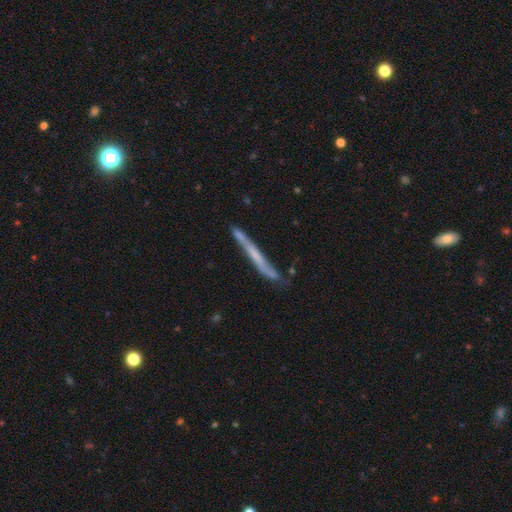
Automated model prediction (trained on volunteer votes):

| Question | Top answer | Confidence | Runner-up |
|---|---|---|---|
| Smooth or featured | featured or disk | 55% | smooth (38%) |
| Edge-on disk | yes | 87% | no (13%) |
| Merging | none | 67% | minor disturbance (23%) |